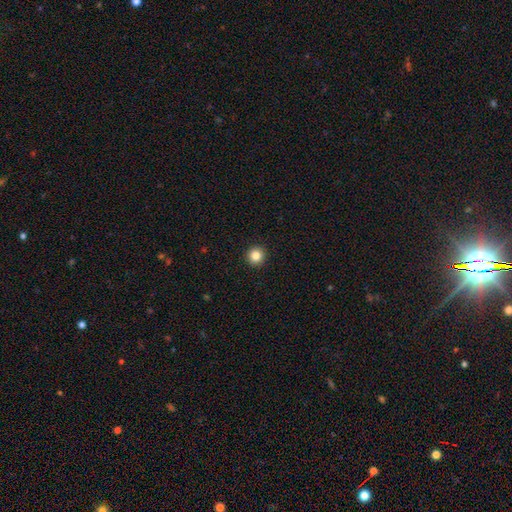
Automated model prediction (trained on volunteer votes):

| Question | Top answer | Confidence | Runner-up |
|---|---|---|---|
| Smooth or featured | smooth | 84% | star or artifact (11%) |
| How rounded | round | 95% | in between (4%) |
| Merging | none | 94% | minor disturbance (4%) |